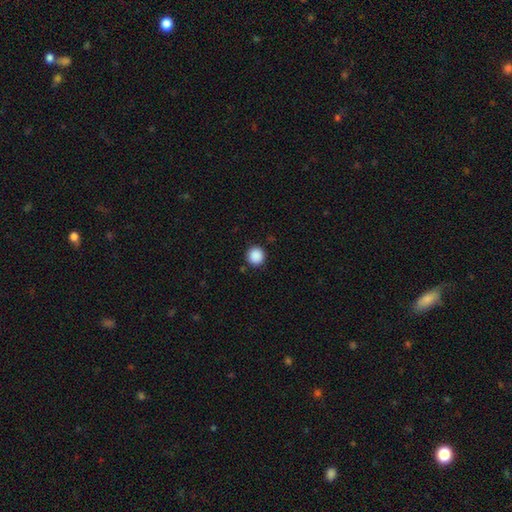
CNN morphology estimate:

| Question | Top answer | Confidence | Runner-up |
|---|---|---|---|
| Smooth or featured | smooth | 89% | star or artifact (9%) |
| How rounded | round | 94% | in between (5%) |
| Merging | none | 90% | minor disturbance (7%) |